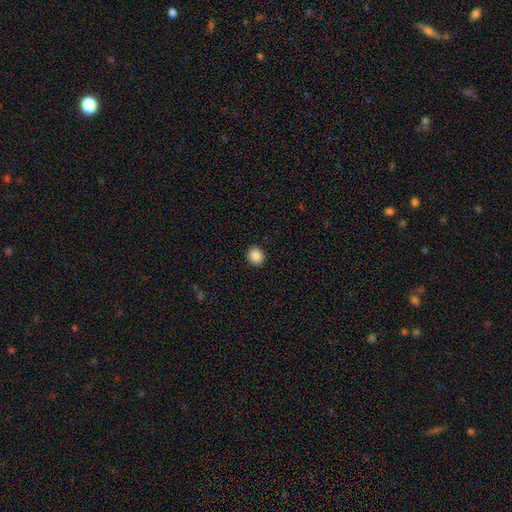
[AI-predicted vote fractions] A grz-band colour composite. It shows a smooth galaxy with no disk features (88%) that is round (83%). Merging: none (92%).